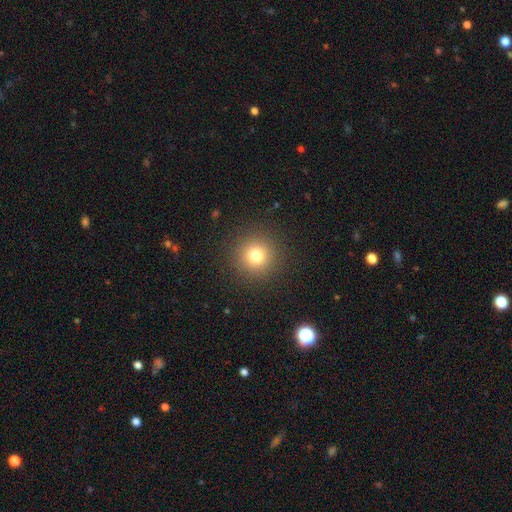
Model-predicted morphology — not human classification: A smooth galaxy with no disk features (76%) that is round (95%). Merging: none (91%).